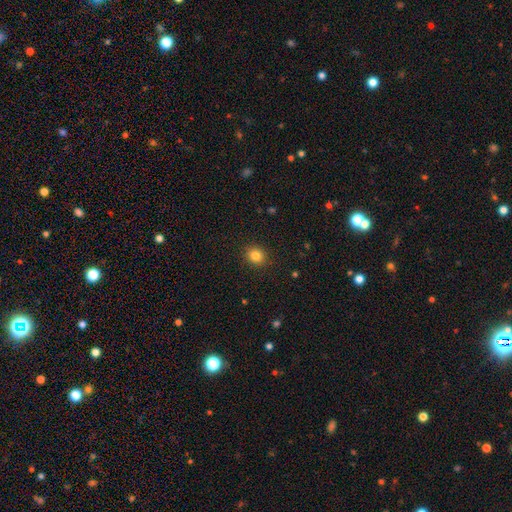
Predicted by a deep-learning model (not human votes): Overall: smooth (83%). How rounded: round (78%). Merging: none (91%).